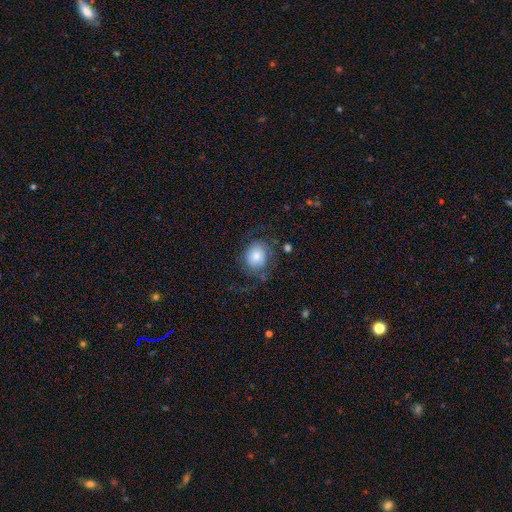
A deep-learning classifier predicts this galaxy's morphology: smooth 72%, featured or disk 19%, star or artifact 9%. Down the decision tree: how rounded — round (70%); merging — none (65%).